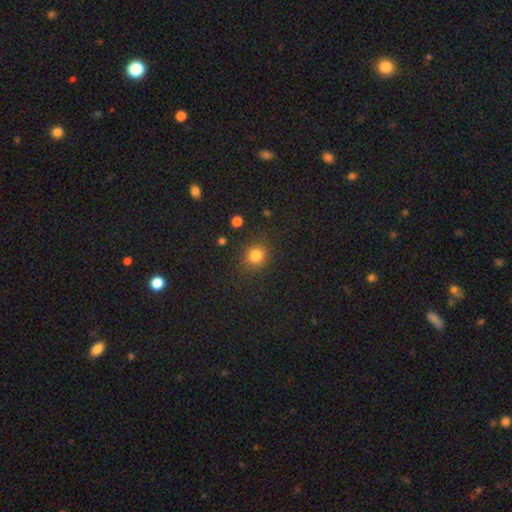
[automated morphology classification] type=smooth (81%); roundness=round (79%); merging=none (85%).